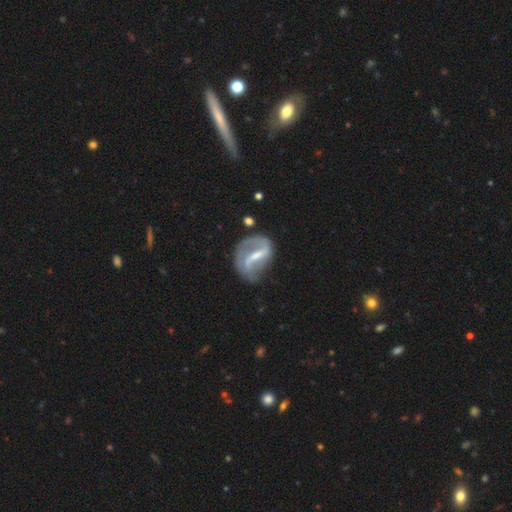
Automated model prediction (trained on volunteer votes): Morphology: type=featured or disk (77%); edge-on=no (95%); bar=strong (57%); spiral arms=yes (80%); winding=loose (45%); arm count=2 (70%); bulge=small (43%); merging=none (54%).